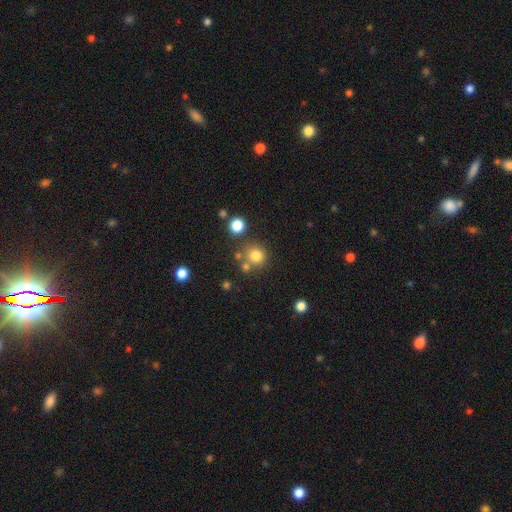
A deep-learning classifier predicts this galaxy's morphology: smooth 78%, star or artifact 14%, featured or disk 8%. Down the decision tree: how rounded — round (89%); merging — none (70%).